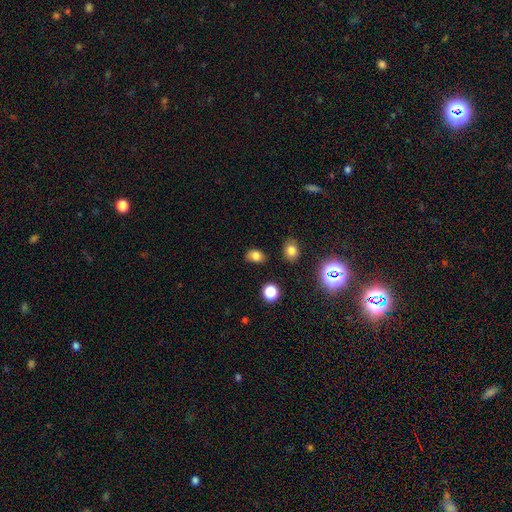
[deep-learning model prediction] Smooth or featured? Predicted: smooth (p=0.79). How rounded? Predicted: in between (p=0.75). Merging? Predicted: none (p=0.81).